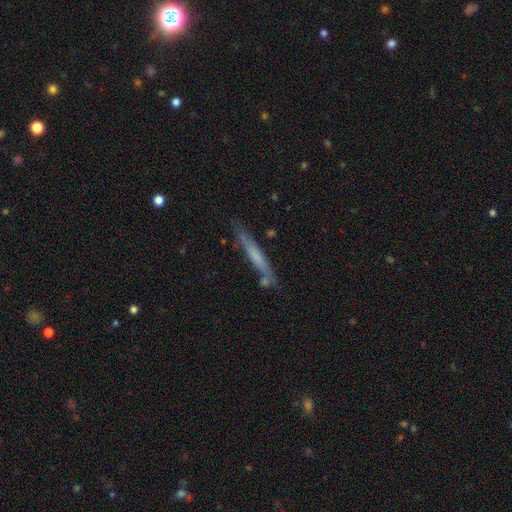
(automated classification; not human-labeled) Smooth or featured? Predicted: smooth (p=0.54). How rounded? Predicted: cigar-shaped (p=0.95). Merging? Predicted: none (p=0.77).